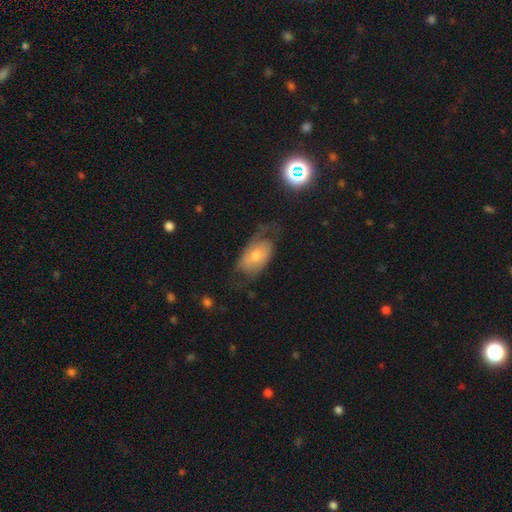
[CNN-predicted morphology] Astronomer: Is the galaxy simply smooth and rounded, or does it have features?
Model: featured or disk — 51% (runner-up: smooth, 42%).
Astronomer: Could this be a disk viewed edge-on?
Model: no — 92%.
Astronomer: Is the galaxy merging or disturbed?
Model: none — 45% (runner-up: major disturbance, 27%).